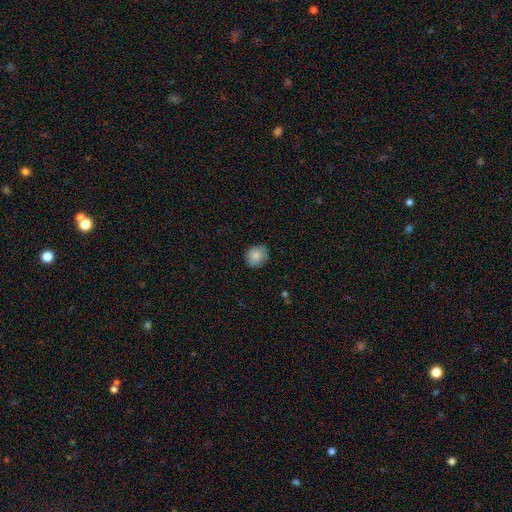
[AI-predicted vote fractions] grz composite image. It shows a smooth galaxy with no disk features (85%) that is round (74%). Merging: none (81%).